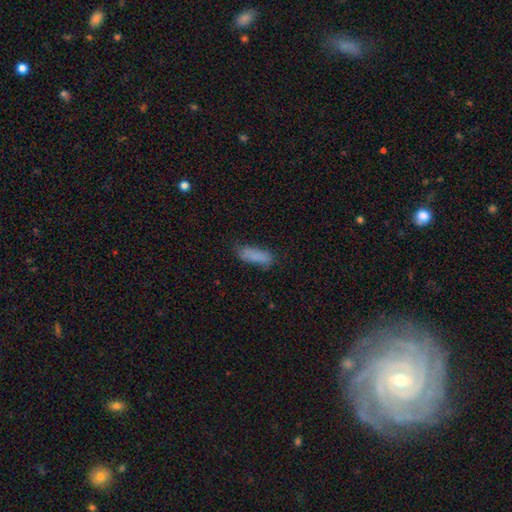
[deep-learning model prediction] smooth-or-featured: smooth: 81% | featured or disk: 10% | star or artifact: 9%
  how-rounded: in between: 58% | cigar-shaped: 40% | round: 2%
  merging: none: 63% | minor disturbance: 25% | major disturbance: 9% | merger: 3%